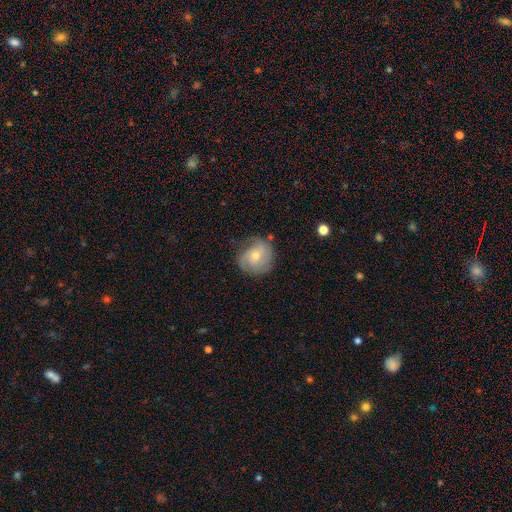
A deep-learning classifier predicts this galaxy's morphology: smooth-or-featured: featured or disk: 63% | smooth: 29% | star or artifact: 8%
  disk-edge-on: no: 97% | yes: 3%
    bar: no: 67% | weak: 28% | strong: 5%
    has-spiral-arms: yes: 87% | no: 13%
      spiral-winding: tight: 52% | medium: 35% | loose: 13%
      spiral-arm-count: can't tell: 31% | 2: 27% | 3: 26% | 4: 7% | 1: 5% | more than 4: 4%
    bulge-size: moderate: 50% | small: 46% | large: 2% | none: 1% | dominant: 1%
  merging: none: 71% | minor disturbance: 21% | major disturbance: 6% | merger: 2%